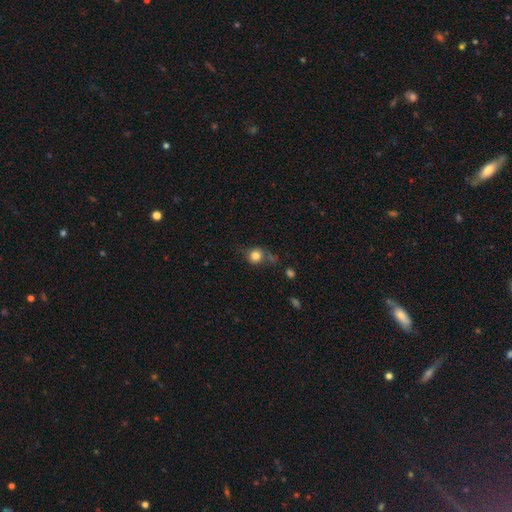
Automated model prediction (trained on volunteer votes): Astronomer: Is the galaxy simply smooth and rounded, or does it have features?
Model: smooth — 76%.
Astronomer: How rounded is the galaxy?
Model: round — 83%.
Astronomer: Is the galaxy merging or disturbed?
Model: none — 60%.